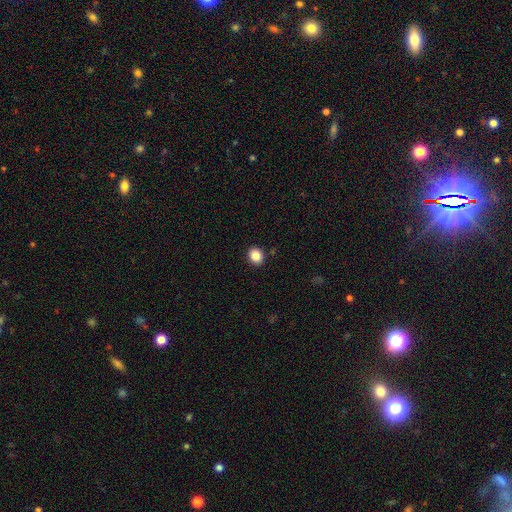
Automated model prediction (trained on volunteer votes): Smooth or featured? Predicted: smooth (p=0.86). How rounded? Predicted: round (p=0.64). Merging? Predicted: none (p=0.91).